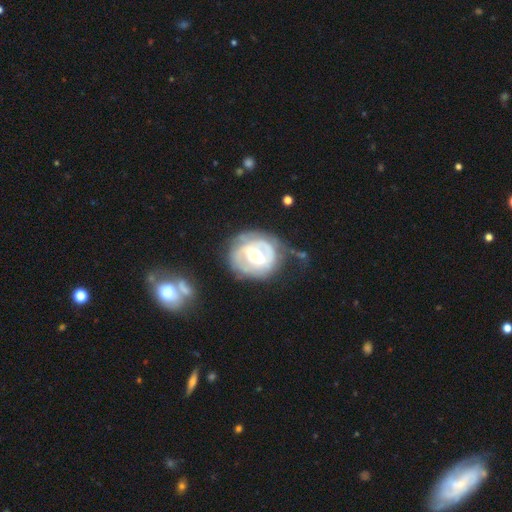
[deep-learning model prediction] A featured or disk galaxy (76%) with a strong bar (45%), 2 (50%) tight (55%) spiral arms (70%) and a moderate central bulge (50%).

Vote fractions:
- Smooth or featured? featured or disk: 76% / smooth: 18% / star or artifact: 6%
- Edge-on disk? no: 97% / yes: 3%
- Bar? strong: 45% / weak: 40% / no: 15%
- Spiral arms? yes: 70% / no: 30%
- Spiral winding? tight: 55% / medium: 31% / loose: 14%
- Spiral arm count? 2: 50% / can't tell: 32% / 1: 9% / 3: 5% / 4: 2% / more than 4: 2%
- Bulge size? moderate: 50% / small: 35% / large: 11% / none: 3% / dominant: 2%
- Merging? none: 50% / minor disturbance: 24% / major disturbance: 20% / merger: 5%